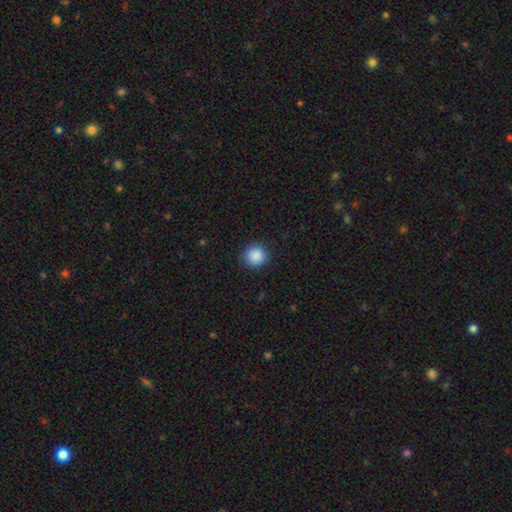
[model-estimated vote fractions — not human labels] Q: Smooth or featured?
A: smooth (89%); runner-up: star or artifact (9%)
Q: How rounded?
A: round (93%); runner-up: in between (6%)
Q: Merging?
A: none (90%); runner-up: minor disturbance (7%)